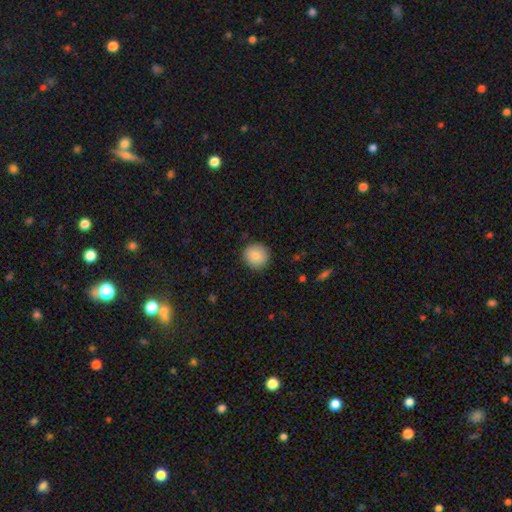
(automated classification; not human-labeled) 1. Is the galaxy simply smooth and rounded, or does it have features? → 83% smooth, 8% featured or disk, 8% star or artifact.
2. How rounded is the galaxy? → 94% round, 5% in between, 1% cigar-shaped.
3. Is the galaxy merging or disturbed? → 90% none, 7% minor disturbance, 2% major disturbance, 1% merger.